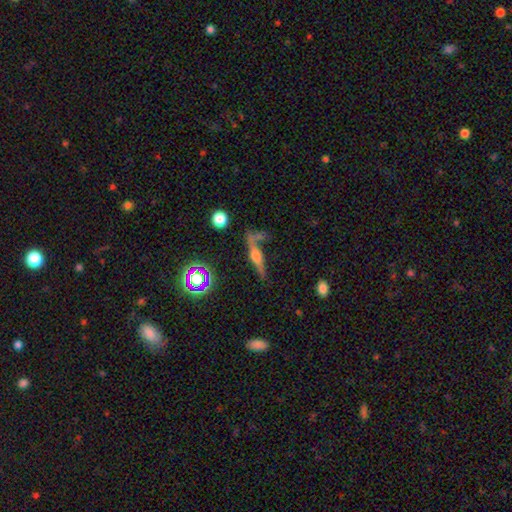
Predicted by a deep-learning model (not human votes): The model was most divided on "merging": none: 54%, minor disturbance: 20%, merger: 14%, major disturbance: 12%. More confident: edge-on bulge — rounded (84%); edge-on disk — yes (81%); smooth or featured — featured or disk (65%).